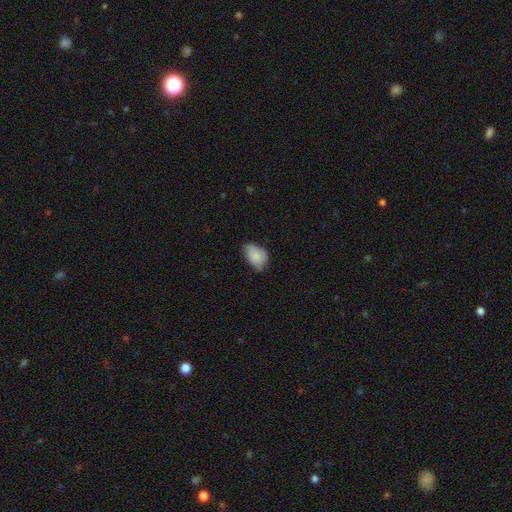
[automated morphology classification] This appears to be a smooth galaxy with no disk features (81%) that is in between round and cigar-shaped (82%). Merging: none (48%).